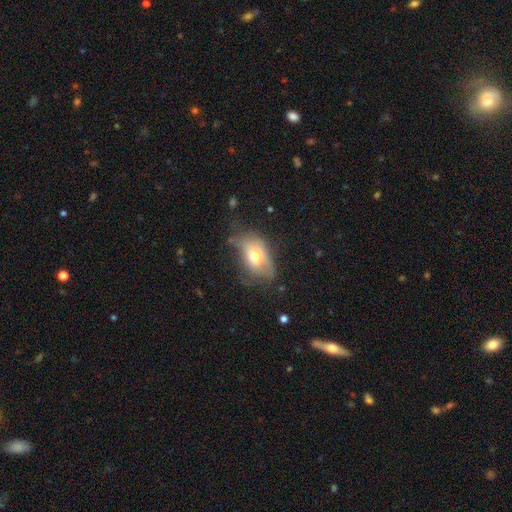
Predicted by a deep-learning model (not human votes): A smooth galaxy with no disk features (59%) that is in between round and cigar-shaped (86%). Merging: none (37%).